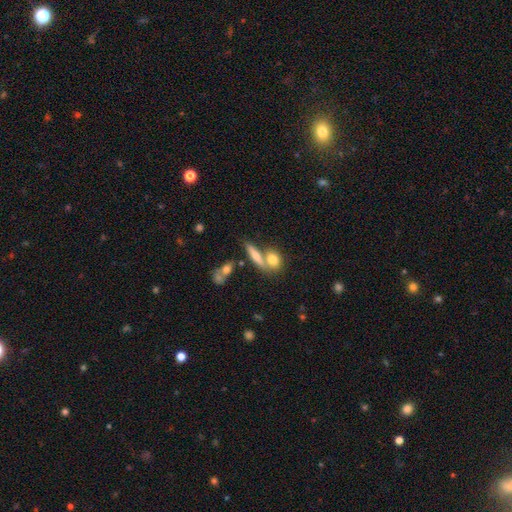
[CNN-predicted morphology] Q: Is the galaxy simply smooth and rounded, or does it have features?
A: smooth — 62%.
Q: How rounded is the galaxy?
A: cigar-shaped — 51%.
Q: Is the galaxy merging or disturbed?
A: none — 50%.